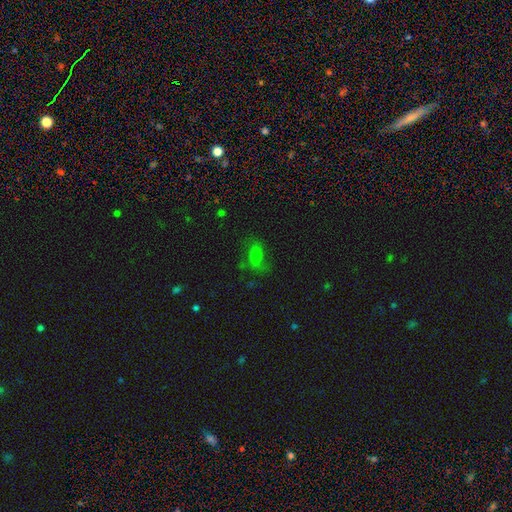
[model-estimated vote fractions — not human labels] Smooth or featured? Predicted: smooth (p=0.56). How rounded? Predicted: in between (p=0.78). Merging? Predicted: none (p=0.56).